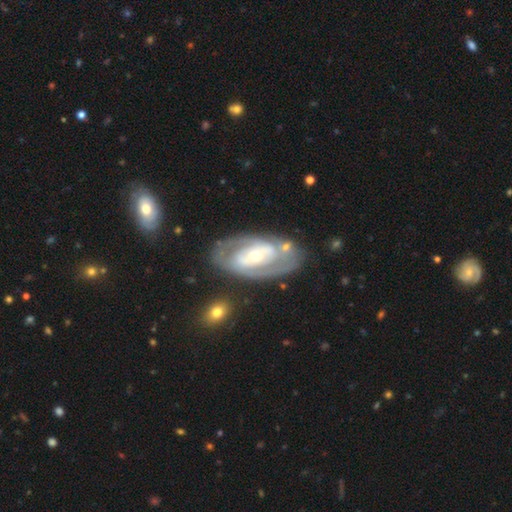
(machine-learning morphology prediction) smooth-or-featured: featured or disk: 79% | smooth: 16% | star or artifact: 5%
  disk-edge-on: no: 94% | yes: 6%
    bar: no: 51% | weak: 29% | strong: 20%
    has-spiral-arms: yes: 64% | no: 36%
    bulge-size: moderate: 50% | small: 44% | large: 4% | dominant: 1% | none: 1%
  merging: none: 71% | minor disturbance: 16% | major disturbance: 8% | merger: 5%